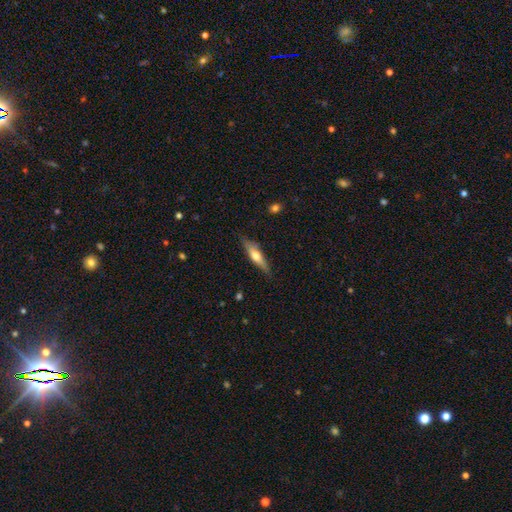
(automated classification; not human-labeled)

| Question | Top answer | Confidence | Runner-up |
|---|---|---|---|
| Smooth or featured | featured or disk | 52% | smooth (42%) |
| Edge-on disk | yes | 92% | no (8%) |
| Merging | none | 83% | minor disturbance (14%) |